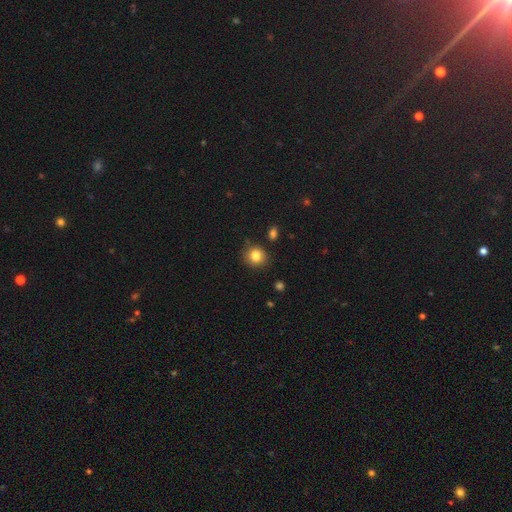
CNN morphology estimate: Smooth or featured? smooth (83%)
How rounded? round (84%)
Merging? none (85%)